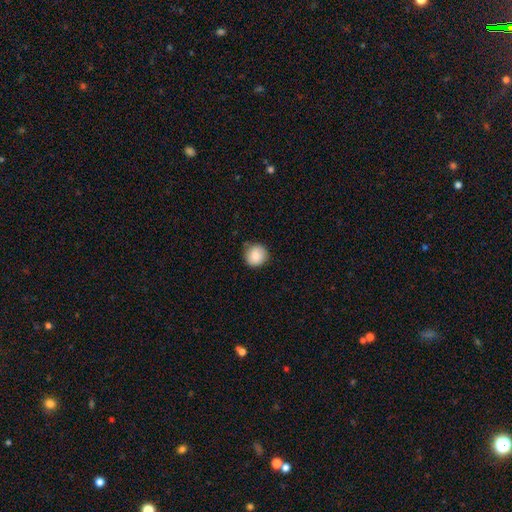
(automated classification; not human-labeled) Q: Smooth or featured?
A: smooth (85%); runner-up: star or artifact (8%)
Q: How rounded?
A: round (92%); runner-up: in between (7%)
Q: Merging?
A: none (82%); runner-up: minor disturbance (14%)